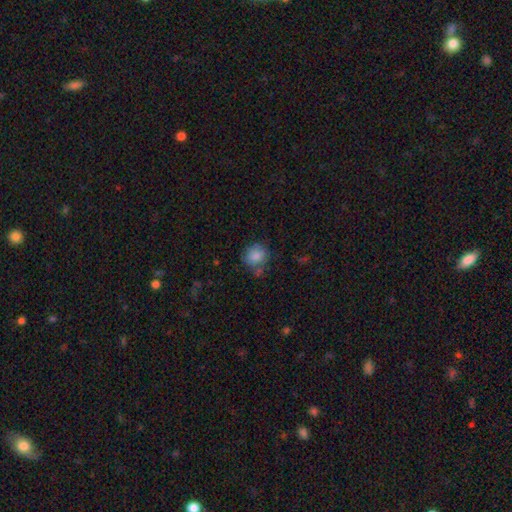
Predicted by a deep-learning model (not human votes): This is clearly a smooth galaxy (83%). How rounded: likely round (73%). Merging: likely none (65%).